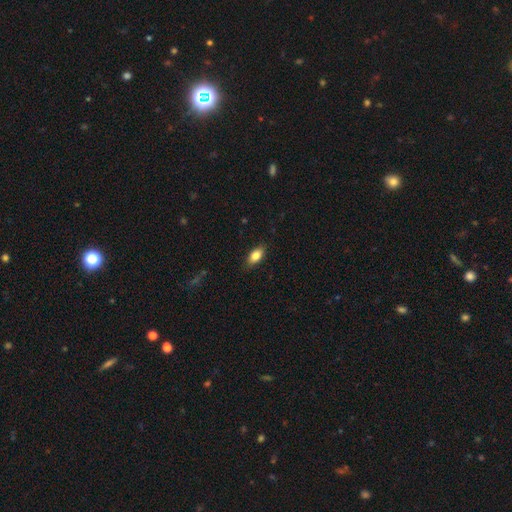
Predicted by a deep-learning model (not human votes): smooth_or_featured: smooth (p=0.83) [alt: featured or disk p=0.10]
how_rounded: in between (p=0.87) [alt: cigar-shaped p=0.08]
merging: none (p=0.85) [alt: minor disturbance p=0.12]